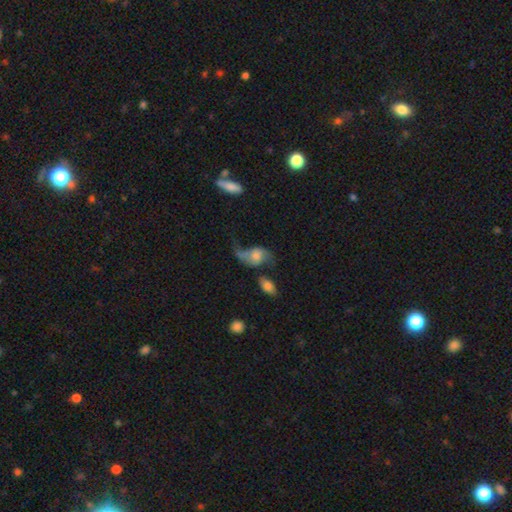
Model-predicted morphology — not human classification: Smooth or featured? Predicted: featured or disk (p=0.61). Edge-on disk? Predicted: no (p=0.95). Bar? Predicted: no (p=0.63). Spiral arms? Predicted: yes (p=0.84). Bulge size? Predicted: moderate (p=0.40). Merging? Predicted: none (p=0.32, tied with major disturbance).